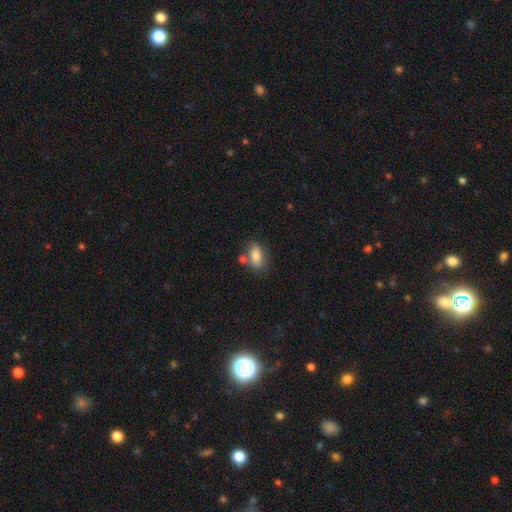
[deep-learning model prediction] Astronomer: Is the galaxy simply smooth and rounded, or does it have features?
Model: smooth — 84%.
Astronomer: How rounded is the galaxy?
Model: in between — 85%.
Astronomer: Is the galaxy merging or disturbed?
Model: none — 66%.